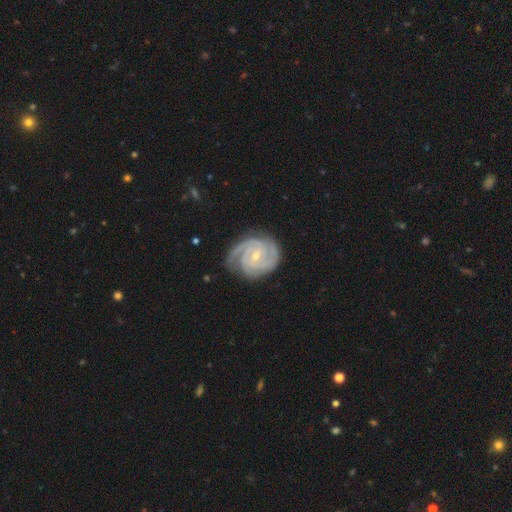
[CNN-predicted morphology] Smooth or featured? Predicted: featured or disk (p=0.92). Edge-on disk? Predicted: no (p=0.98). Bar? Predicted: no (p=0.45). Spiral arms? Predicted: yes (p=0.99). Spiral winding? Predicted: tight (p=0.77). Spiral arm count? Predicted: 3 (p=0.42). Bulge size? Predicted: small (p=0.66). Merging? Predicted: none (p=0.77).